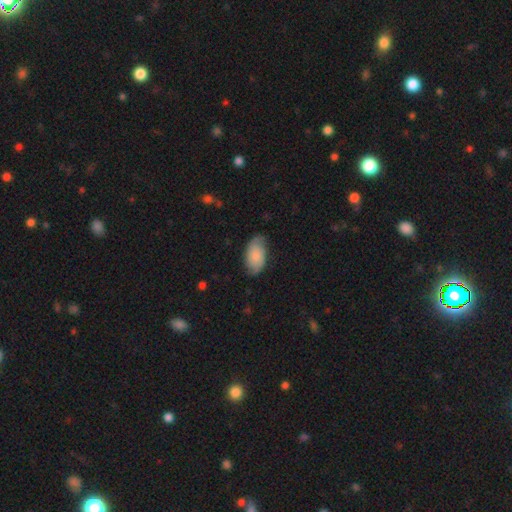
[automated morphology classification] smooth 66%, featured or disk 27%, star or artifact 7%. Down the decision tree: how rounded — in between (94%); merging — none (66%).